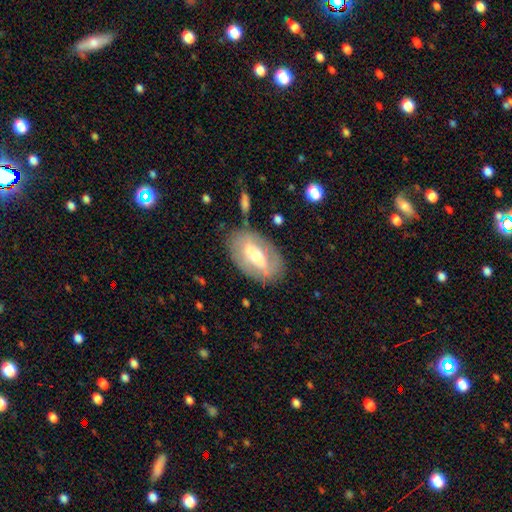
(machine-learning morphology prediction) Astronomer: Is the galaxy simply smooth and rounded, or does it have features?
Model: featured or disk — 57% (runner-up: smooth, 36%).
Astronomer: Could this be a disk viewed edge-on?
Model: no — 85%.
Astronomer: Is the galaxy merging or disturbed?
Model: none — 77%.